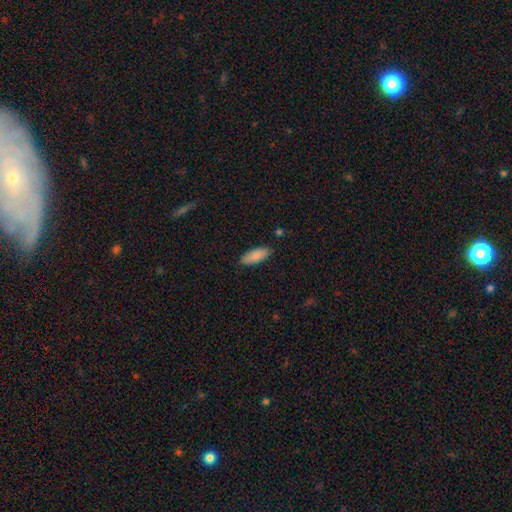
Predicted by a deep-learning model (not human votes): Smooth or featured? smooth (87%)
How rounded? in between (73%)
Merging? none (86%)